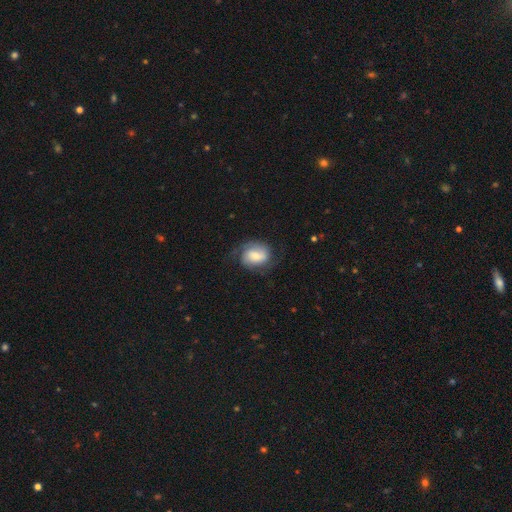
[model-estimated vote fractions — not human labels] Q: Smooth or featured?
A: featured or disk (52%); runner-up: smooth (40%)
Q: Edge-on disk?
A: no (97%); runner-up: yes (3%)
Q: Bar?
A: no (44%); runner-up: weak (42%)
Q: Spiral arms?
A: yes (87%); runner-up: no (13%)
Q: Bulge size?
A: moderate (43%); runner-up: small (36%)
Q: Merging?
A: none (63%); runner-up: minor disturbance (22%)